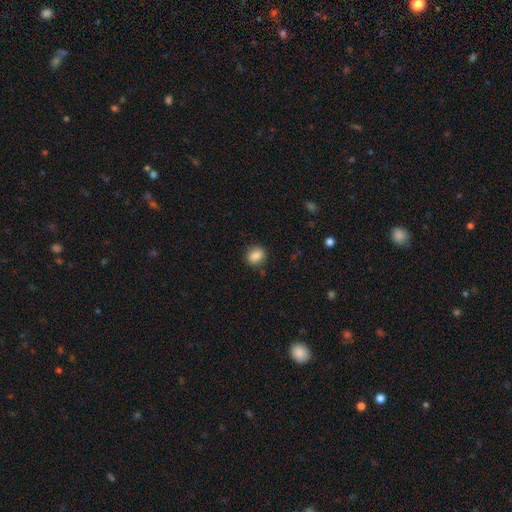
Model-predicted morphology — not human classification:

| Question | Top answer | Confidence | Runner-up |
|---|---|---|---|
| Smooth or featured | smooth | 85% | star or artifact (9%) |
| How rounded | round | 54% | in between (45%) |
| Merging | none | 85% | minor disturbance (11%) |